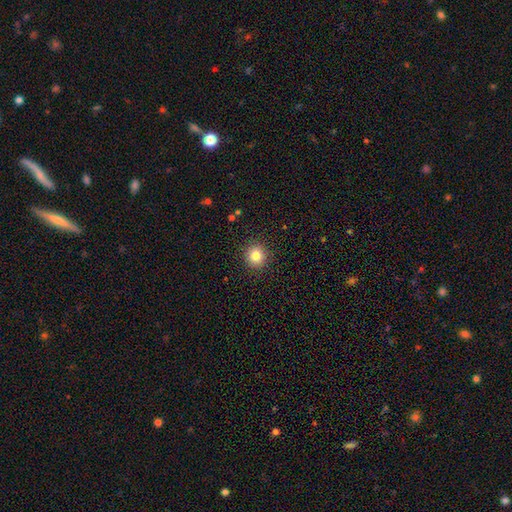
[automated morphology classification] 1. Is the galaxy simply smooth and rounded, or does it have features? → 82% smooth, 11% star or artifact, 6% featured or disk.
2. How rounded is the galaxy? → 90% round, 9% in between, 1% cigar-shaped.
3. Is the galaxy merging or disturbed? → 91% none, 6% minor disturbance, 2% major disturbance, 1% merger.